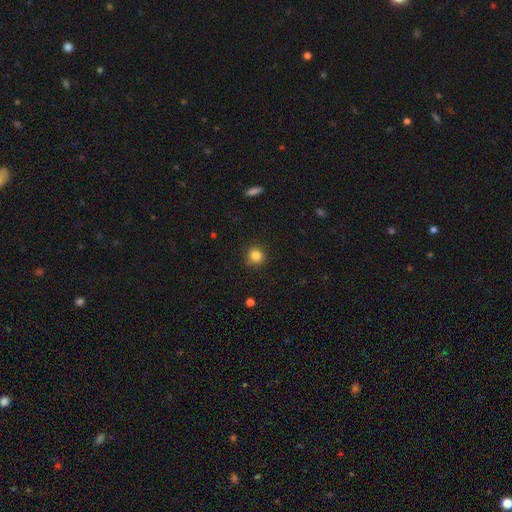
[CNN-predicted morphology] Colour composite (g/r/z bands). It shows a smooth galaxy with no disk features (85%) that is round (89%). Merging: none (86%).